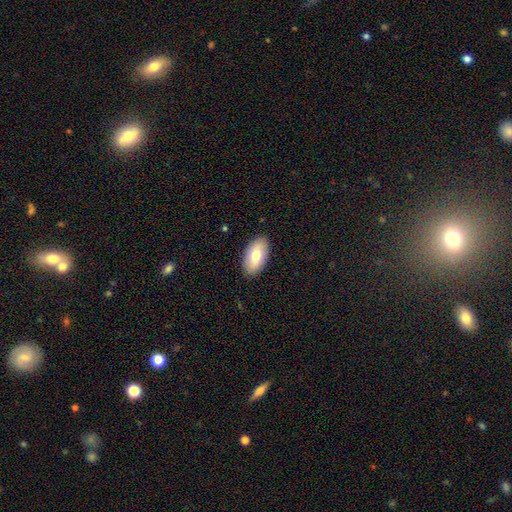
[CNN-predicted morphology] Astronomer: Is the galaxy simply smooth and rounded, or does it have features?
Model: smooth — 73%.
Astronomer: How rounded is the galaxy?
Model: in between — 95%.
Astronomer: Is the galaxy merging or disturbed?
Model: none — 89%.